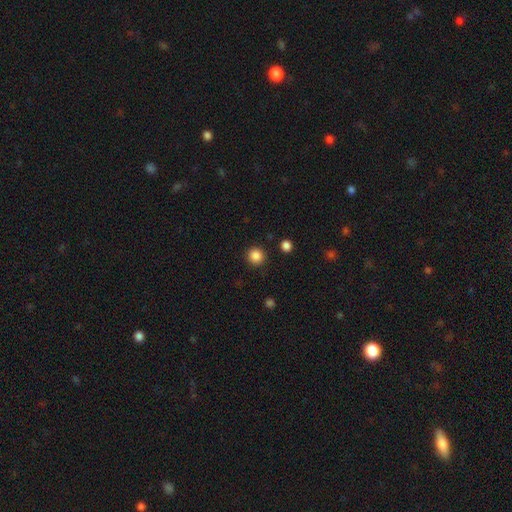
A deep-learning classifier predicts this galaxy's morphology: Overall: smooth (86%). How rounded: round (94%). Merging: none (91%).